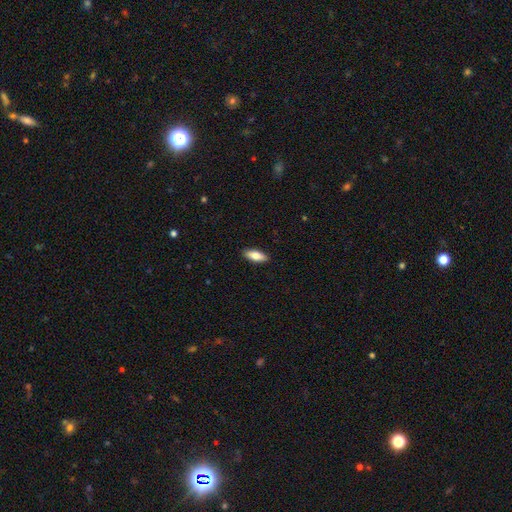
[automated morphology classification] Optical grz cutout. It shows a smooth galaxy with no disk features (78%) that is in between round and cigar-shaped (74%). Merging: none (90%).